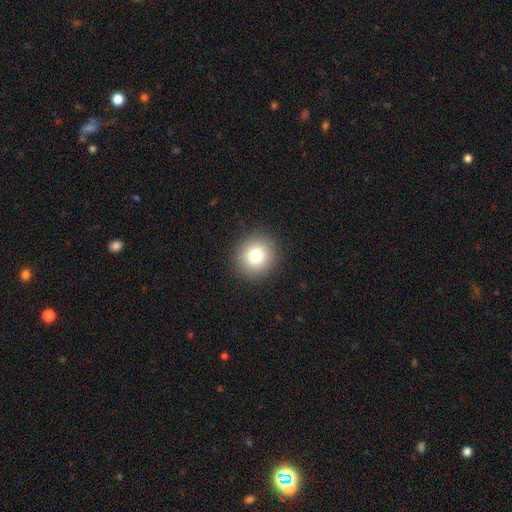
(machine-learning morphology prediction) A smooth galaxy with no disk features (80%) that is round (89%). Merging: none (91%).